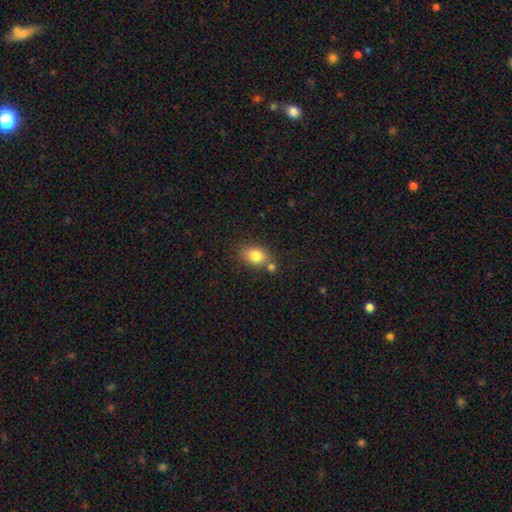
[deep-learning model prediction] Smooth or featured? Predicted: smooth (p=0.81). How rounded? Predicted: in between (p=0.60). Merging? Predicted: none (p=0.60).